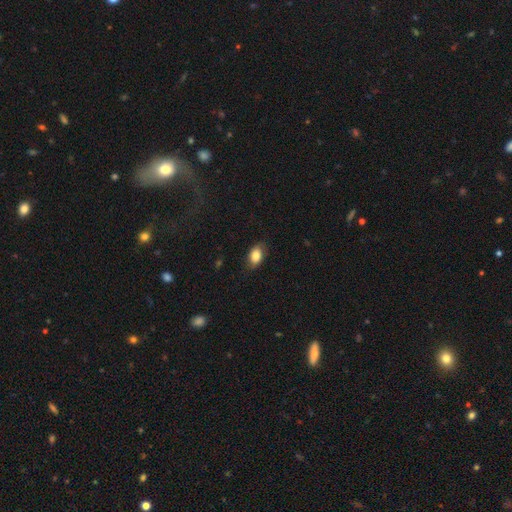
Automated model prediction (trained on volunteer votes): Smooth or featured? Predicted: smooth (p=0.82). How rounded? Predicted: in between (p=0.86). Merging? Predicted: none (p=0.76).